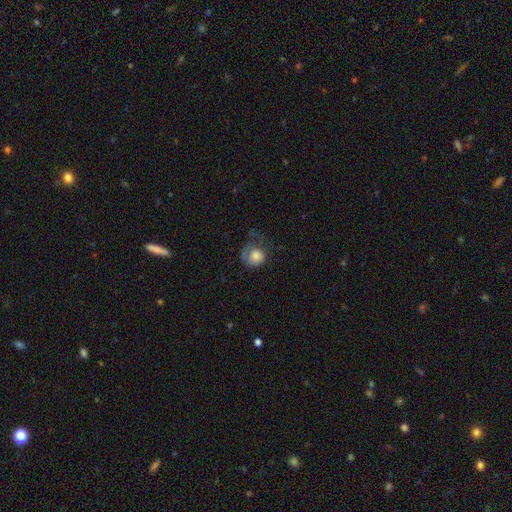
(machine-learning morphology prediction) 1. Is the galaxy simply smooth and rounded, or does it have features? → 69% smooth, 24% featured or disk, 8% star or artifact.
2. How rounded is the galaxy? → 77% round, 22% in between, 1% cigar-shaped.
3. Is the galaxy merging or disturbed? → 44% major disturbance, 32% none, 22% minor disturbance, 2% merger.